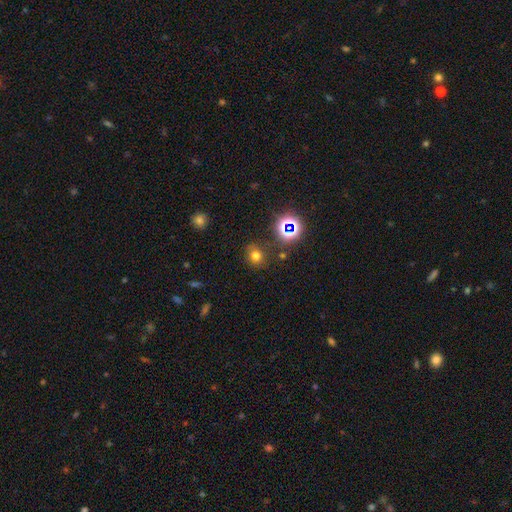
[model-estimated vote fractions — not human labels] A smooth galaxy with no disk features (66%) that is round (71%). Merging: none (78%).